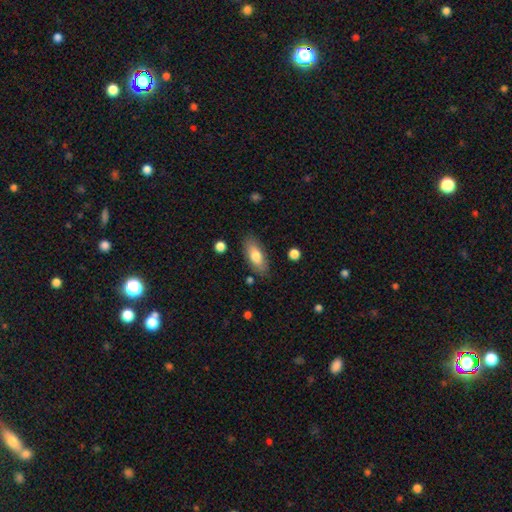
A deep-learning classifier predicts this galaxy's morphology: smooth 76%, featured or disk 18%, star or artifact 6%. Down the decision tree: how rounded — in between (81%); merging — none (82%).